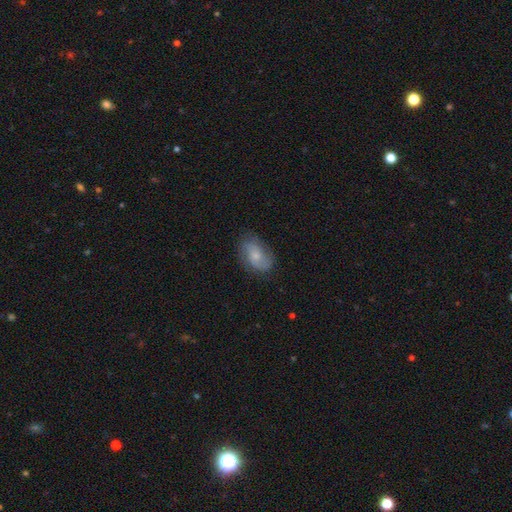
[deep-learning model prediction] Morphology: type=smooth (47%); merging=none (73%).